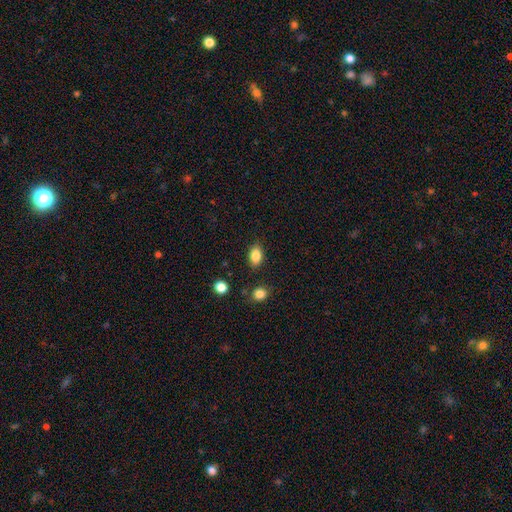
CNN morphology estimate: A smooth galaxy with no disk features (85%) that is in between round and cigar-shaped (86%). Merging: none (85%).